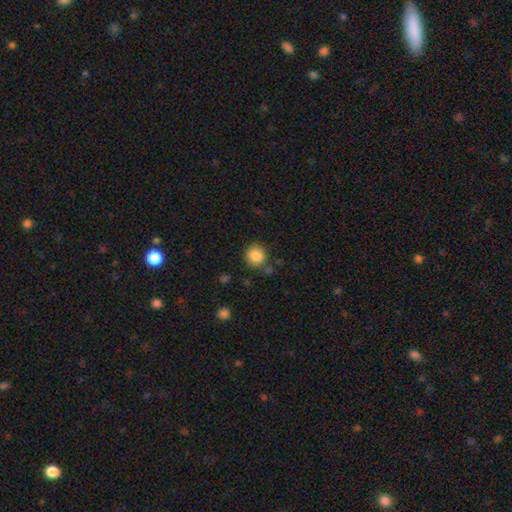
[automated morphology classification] smooth 87%, star or artifact 9%, featured or disk 4%. Down the decision tree: how rounded — round (86%); merging — none (80%).